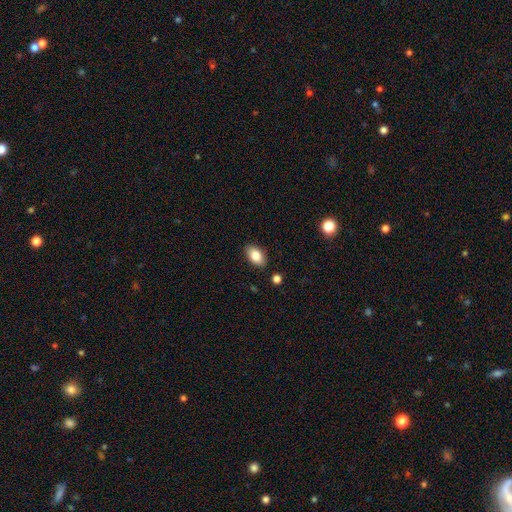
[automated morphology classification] A smooth galaxy with no disk features (83%) that is in between round and cigar-shaped (91%). Merging: none (87%).